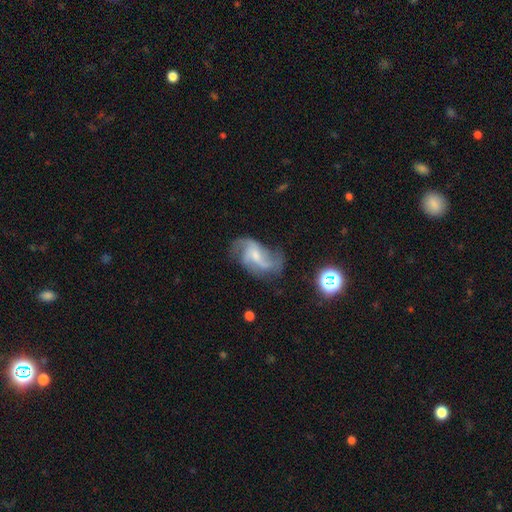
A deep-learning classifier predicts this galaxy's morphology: A featured or disk galaxy (78%) with a weak bar (46%), 3 (38%) loose (50%) spiral arms (93%) and a small central bulge (51%).

Vote fractions:
- Smooth or featured? featured or disk: 78% / smooth: 13% / star or artifact: 8%
- Edge-on disk? no: 97% / yes: 3%
- Bar? weak: 46% / no: 40% / strong: 14%
- Spiral arms? yes: 93% / no: 7%
- Spiral winding? loose: 50% / medium: 39% / tight: 11%
- Spiral arm count? 3: 38% / 2: 34% / can't tell: 12% / 4: 8% / 1: 5% / more than 4: 4%
- Bulge size? small: 51% / moderate: 31% / none: 14% / large: 3% / dominant: 1%
- Merging? none: 52% / minor disturbance: 23% / major disturbance: 22% / merger: 3%